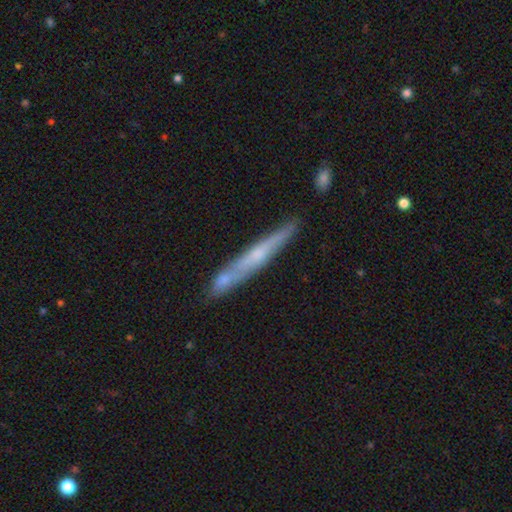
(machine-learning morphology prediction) smooth_or_featured: featured or disk (p=0.56) [alt: smooth p=0.37]
disk_edge_on: yes (p=0.92) [alt: no p=0.08]
edge_on_bulge: none (p=0.56) [alt: rounded p=0.38]
merging: none (p=0.77) [alt: minor disturbance p=0.13]